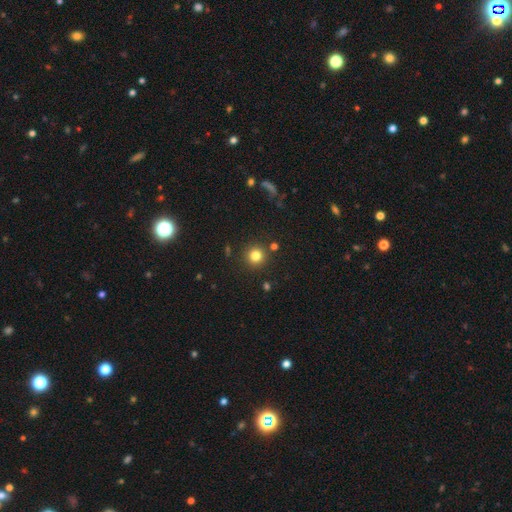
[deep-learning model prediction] Smooth or featured? Predicted: smooth (p=0.81). How rounded? Predicted: round (p=0.94). Merging? Predicted: none (p=0.88).